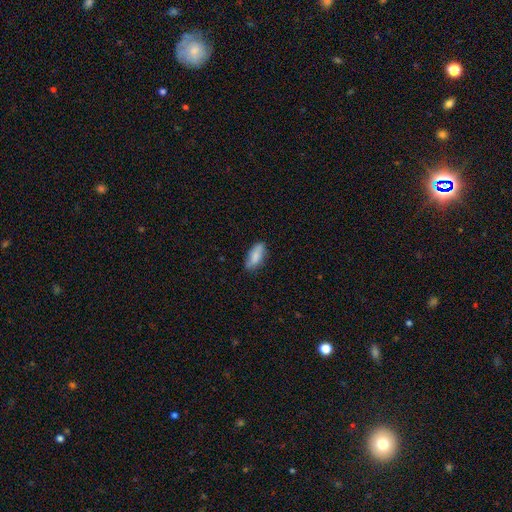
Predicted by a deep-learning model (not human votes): A smooth galaxy with no disk features (82%) that is in between round and cigar-shaped (81%).

Vote fractions:
- Smooth or featured? smooth: 82% / featured or disk: 12% / star or artifact: 6%
- How rounded? in between: 81% / cigar-shaped: 16% / round: 2%
- Merging? none: 73% / minor disturbance: 21% / major disturbance: 4% / merger: 2%